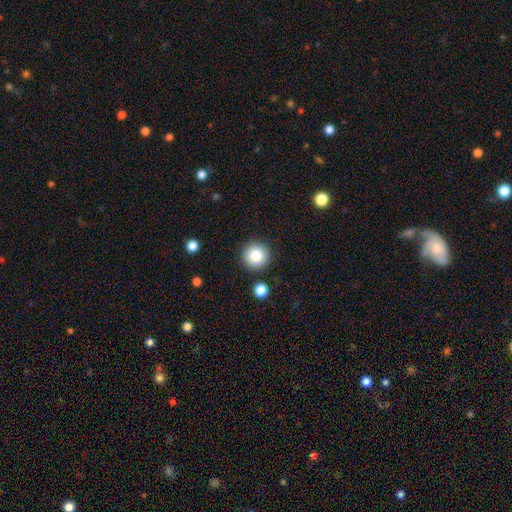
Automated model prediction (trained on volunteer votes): smooth-or-featured: smooth: 85% | star or artifact: 9% | featured or disk: 6%
  how-rounded: round: 95% | in between: 4% | cigar-shaped: 1%
  merging: none: 89% | minor disturbance: 6% | merger: 3% | major disturbance: 2%